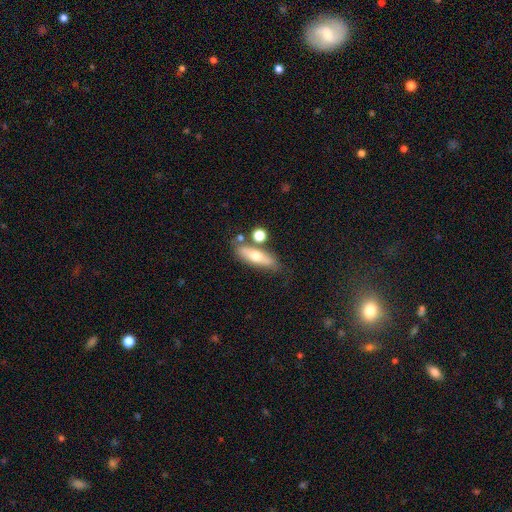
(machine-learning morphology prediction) Smooth or featured? Predicted: smooth (p=0.59). How rounded? Predicted: cigar-shaped (p=0.49). Merging? Predicted: none (p=0.68).